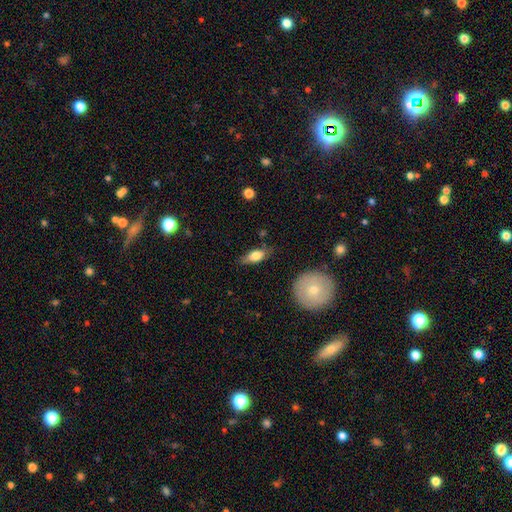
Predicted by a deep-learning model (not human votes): Smooth or featured? smooth (67%)
How rounded? in between (70%)
Merging? none (76%)